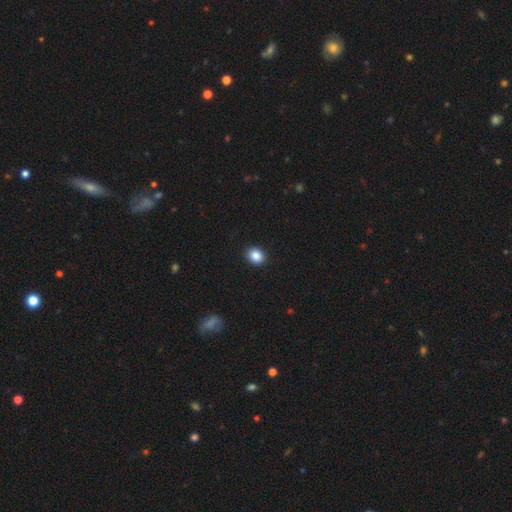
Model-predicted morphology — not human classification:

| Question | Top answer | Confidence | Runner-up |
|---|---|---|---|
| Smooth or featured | smooth | 87% | star or artifact (9%) |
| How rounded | round | 57% | in between (42%) |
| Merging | none | 92% | minor disturbance (5%) |